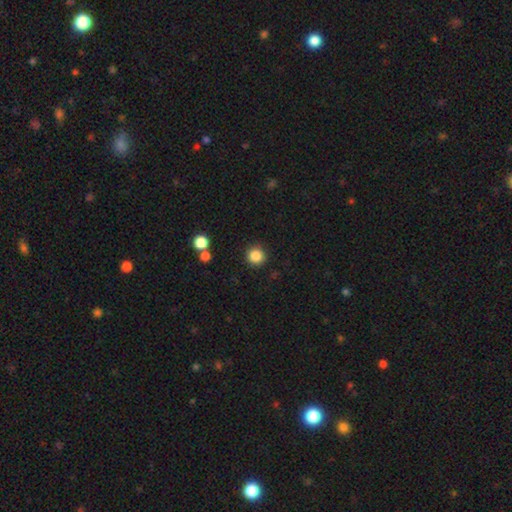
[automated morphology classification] smooth 85%, star or artifact 11%, featured or disk 4%. Down the decision tree: how rounded — round (94%); merging — none (89%).